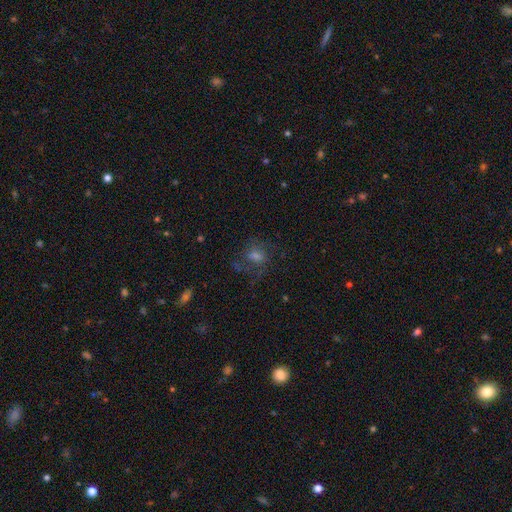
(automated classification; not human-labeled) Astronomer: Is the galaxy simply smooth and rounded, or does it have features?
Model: featured or disk — 46% (runner-up: smooth, 31%).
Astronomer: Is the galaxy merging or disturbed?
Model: none — 58%.